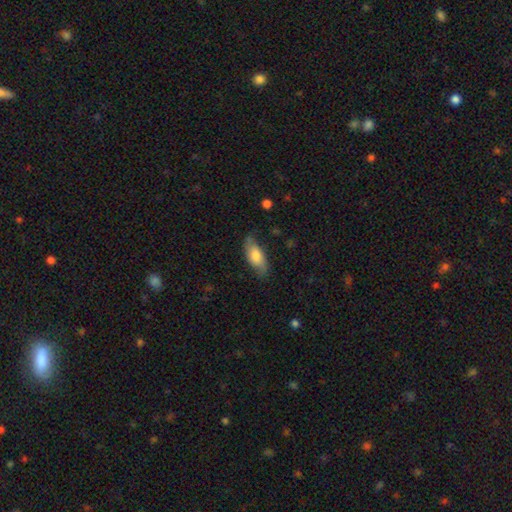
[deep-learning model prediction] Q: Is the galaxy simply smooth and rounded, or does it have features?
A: smooth — 69%.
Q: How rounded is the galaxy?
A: in between — 81%.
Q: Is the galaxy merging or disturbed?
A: none — 72%.